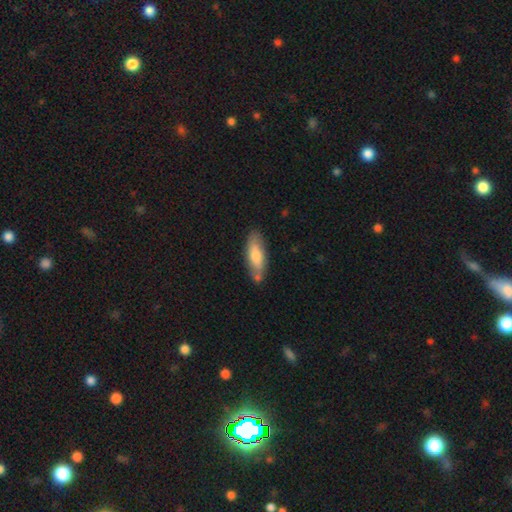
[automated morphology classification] Overall: smooth (71%). How rounded: in between (61%; cigar-shaped 38%). Merging: none (73%).